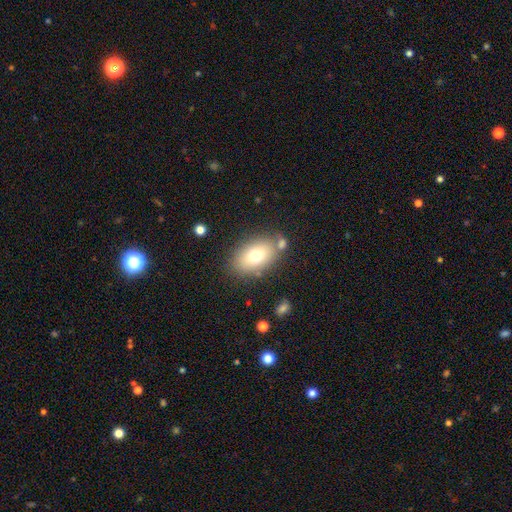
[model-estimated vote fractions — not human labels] This is likely a smooth galaxy (72%). How rounded: clearly in between (85%). Merging: likely none (72%).